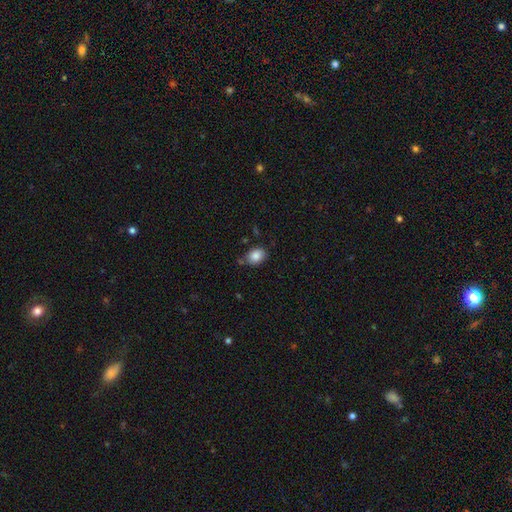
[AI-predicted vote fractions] Overall: smooth (85%). How rounded: in between (65%; round 34%). Merging: none (73%).